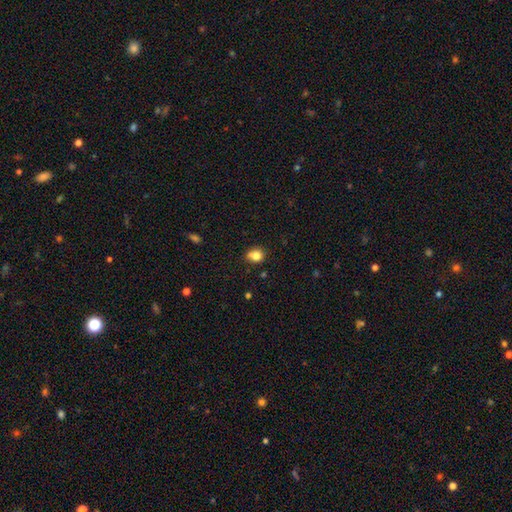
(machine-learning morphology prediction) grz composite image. It shows a smooth galaxy with no disk features (81%) that is round (67%). Merging: none (63%).